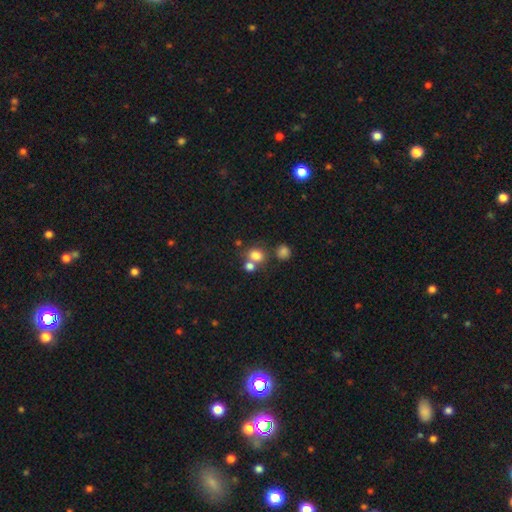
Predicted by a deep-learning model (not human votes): smooth-or-featured: smooth: 77% | star or artifact: 14% | featured or disk: 9%
  how-rounded: round: 57% | in between: 42% | cigar-shaped: 1%
  merging: none: 49% | merger: 36% | minor disturbance: 10% | major disturbance: 5%